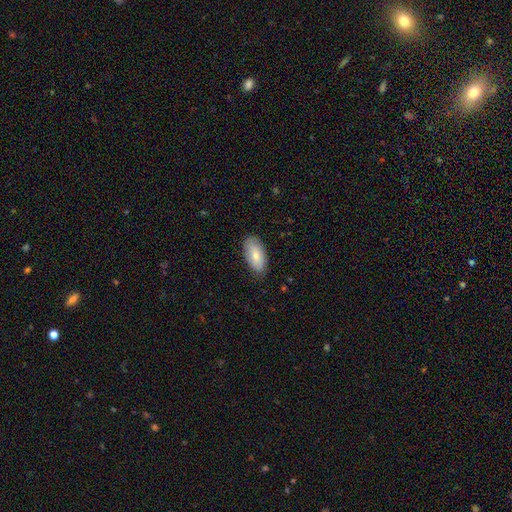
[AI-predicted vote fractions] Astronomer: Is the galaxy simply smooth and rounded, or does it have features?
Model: smooth — 73%.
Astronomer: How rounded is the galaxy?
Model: in between — 93%.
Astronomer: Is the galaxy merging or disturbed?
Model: none — 82%.